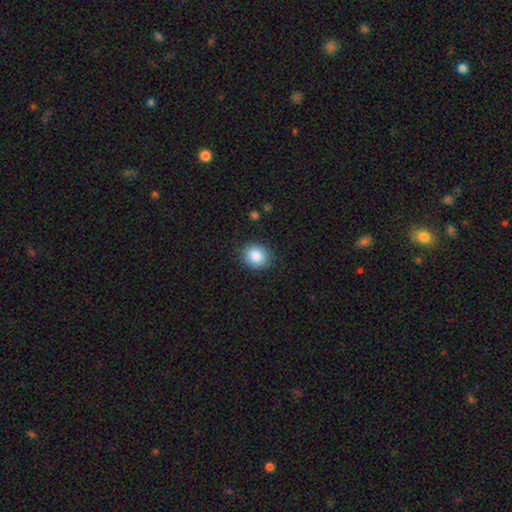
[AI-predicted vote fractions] Smooth or featured: smooth — 86% (star or artifact — 8%)
How rounded: round — 79% (in between — 20%)
Merging: none — 89% (minor disturbance — 8%)